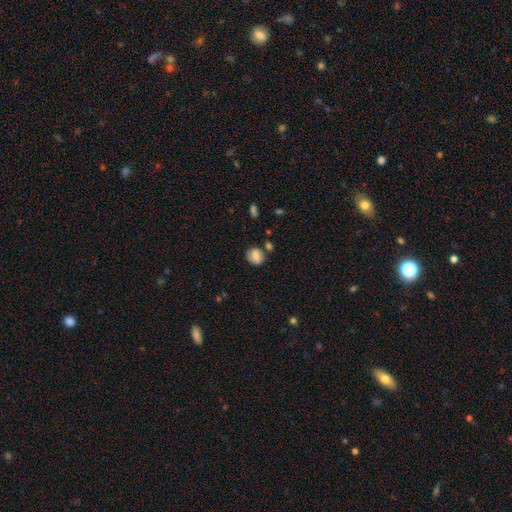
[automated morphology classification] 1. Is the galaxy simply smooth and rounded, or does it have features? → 74% smooth, 17% featured or disk, 9% star or artifact.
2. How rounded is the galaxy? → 69% round, 30% in between, 1% cigar-shaped.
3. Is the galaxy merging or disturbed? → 70% none, 16% minor disturbance, 10% merger, 4% major disturbance.